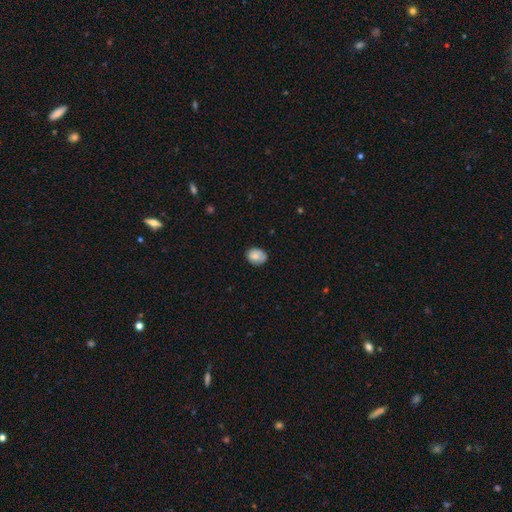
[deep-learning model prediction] Morphology: type=smooth (74%); roundness=in between (54%); merging=none (71%).